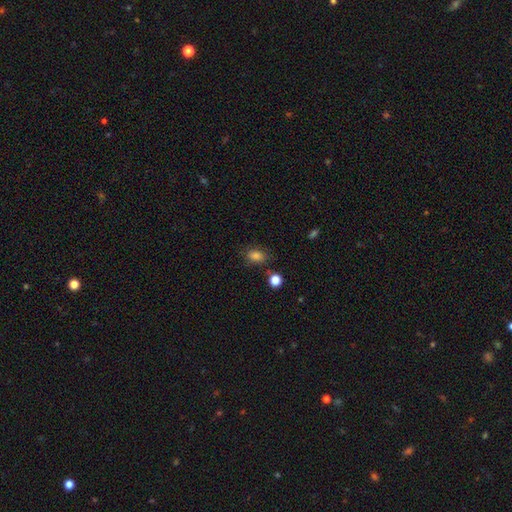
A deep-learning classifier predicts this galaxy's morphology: type=smooth (84%); roundness=in between (78%); merging=none (76%).